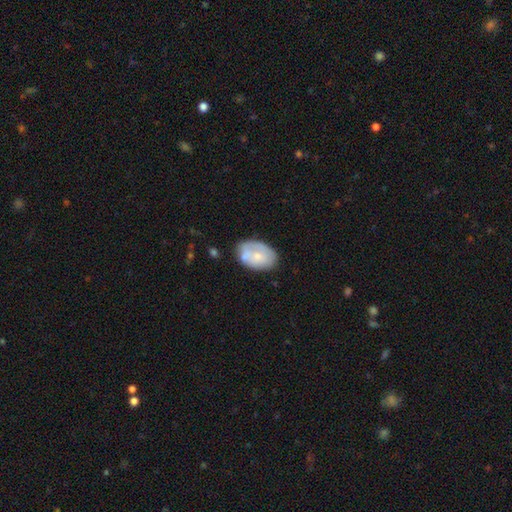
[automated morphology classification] smooth_or_featured: smooth (p=0.58) [alt: featured or disk p=0.35]
how_rounded: in between (p=0.85) [alt: round p=0.14]
merging: none (p=0.57) [alt: minor disturbance p=0.27]